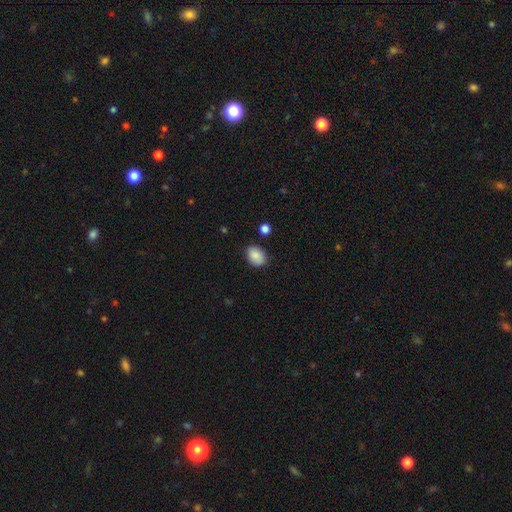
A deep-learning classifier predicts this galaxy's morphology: Smooth or featured? smooth (88%)
How rounded? in between (71%)
Merging? none (81%)